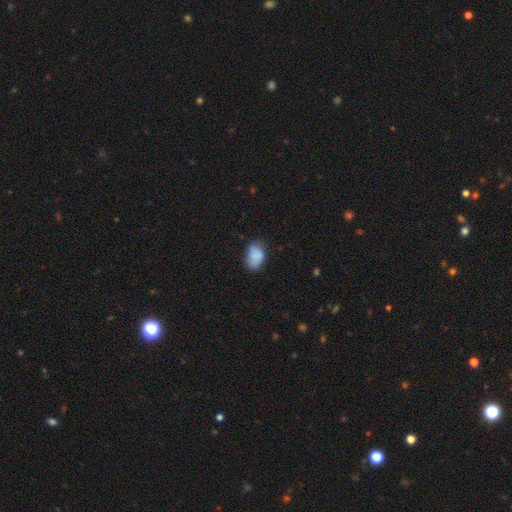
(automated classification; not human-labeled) This appears to be a smooth galaxy with no disk features (84%) that is in between round and cigar-shaped (83%). Merging: none (65%).